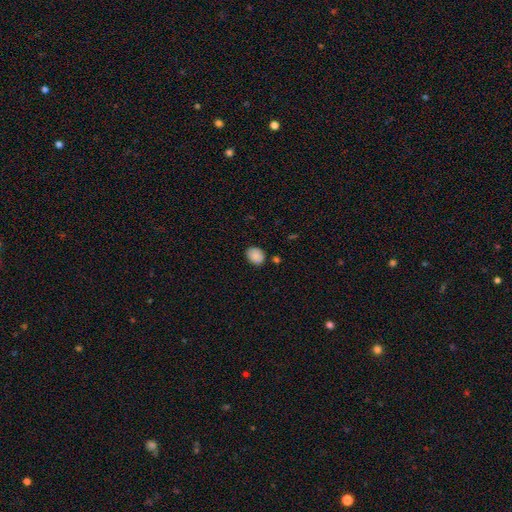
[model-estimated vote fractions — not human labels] The model was most divided on "how rounded": in between: 54%, round: 45%, cigar-shaped: 1%. More confident: smooth or featured — smooth (87%); merging — none (81%).